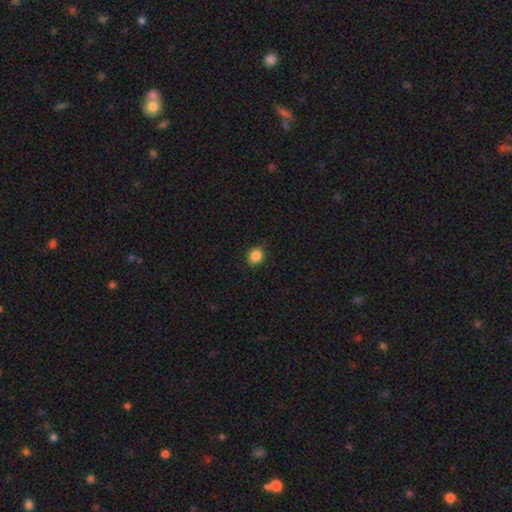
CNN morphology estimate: Smooth or featured?
  - smooth: 87% *
  - star or artifact: 10%
  - featured or disk: 3%
How rounded?
  - round: 75% *
  - in between: 24%
  - cigar-shaped: 1%
Merging?
  - none: 86% *
  - minor disturbance: 10%
  - major disturbance: 2%
  - merger: 1%